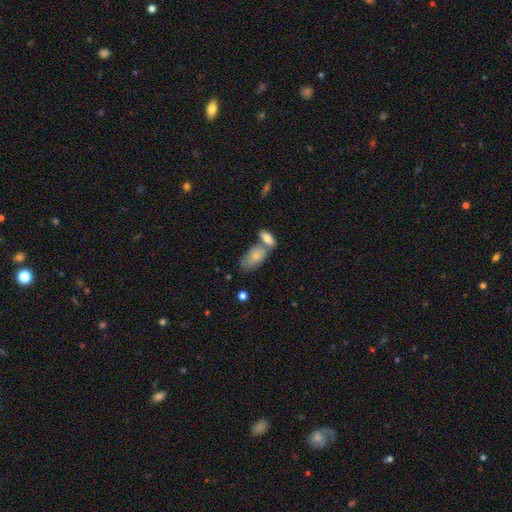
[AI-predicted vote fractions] Smooth or featured: smooth — 76% (featured or disk — 17%)
How rounded: in between — 91% (cigar-shaped — 5%)
Merging: merger — 40% (none — 38%)